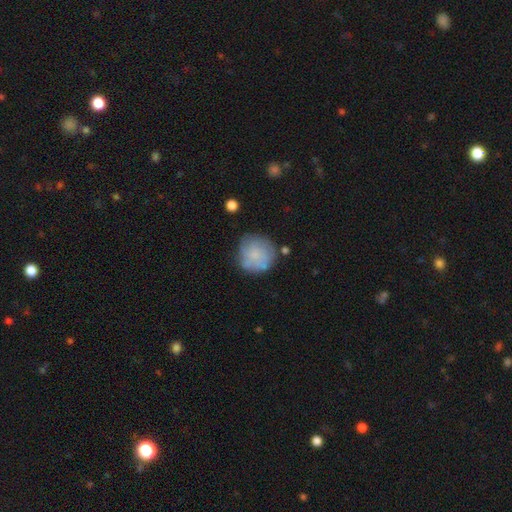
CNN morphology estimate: A smooth galaxy with no disk features (63%) that is round (90%).

Vote fractions:
- Smooth or featured? smooth: 63% / featured or disk: 29% / star or artifact: 8%
- How rounded? round: 90% / in between: 9% / cigar-shaped: 1%
- Merging? none: 64% / minor disturbance: 23% / major disturbance: 8% / merger: 5%